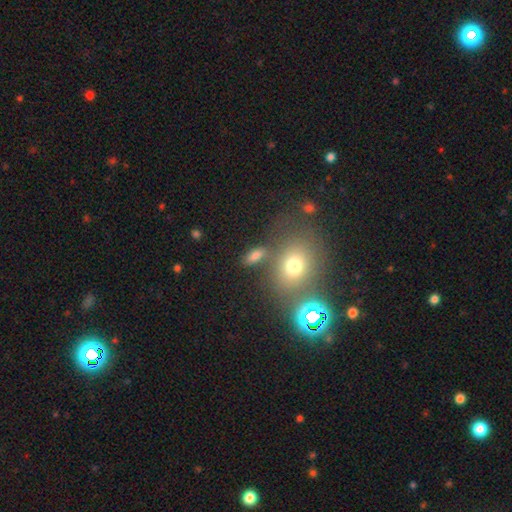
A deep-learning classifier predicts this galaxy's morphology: A smooth galaxy with no disk features (66%) that is in between round and cigar-shaped (73%).

Vote fractions:
- Smooth or featured? smooth: 66% / star or artifact: 20% / featured or disk: 14%
- How rounded? in between: 73% / round: 18% / cigar-shaped: 9%
- Merging? none: 68% / minor disturbance: 13% / merger: 13% / major disturbance: 6%